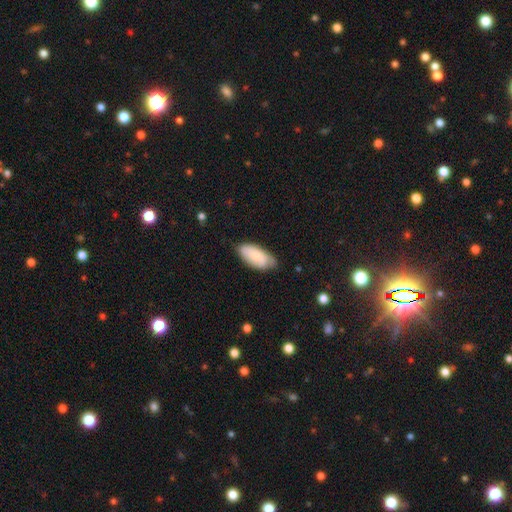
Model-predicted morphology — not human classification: Smooth or featured? Predicted: smooth (p=0.69). How rounded? Predicted: in between (p=0.91). Merging? Predicted: none (p=0.65).